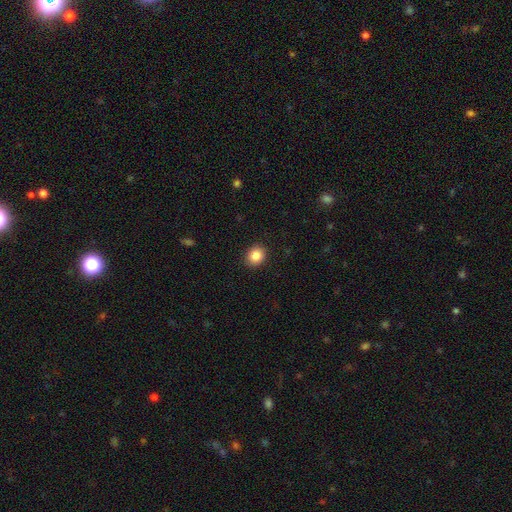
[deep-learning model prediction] Smooth or featured: smooth — 86% (star or artifact — 10%)
How rounded: round — 72% (in between — 27%)
Merging: none — 90% (minor disturbance — 7%)